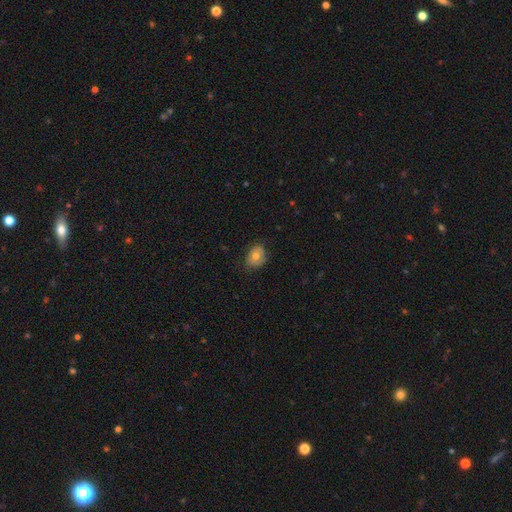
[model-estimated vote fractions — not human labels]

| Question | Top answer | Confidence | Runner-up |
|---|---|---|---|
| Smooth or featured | smooth | 73% | featured or disk (19%) |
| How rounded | in between | 62% | round (37%) |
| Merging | none | 72% | minor disturbance (23%) |